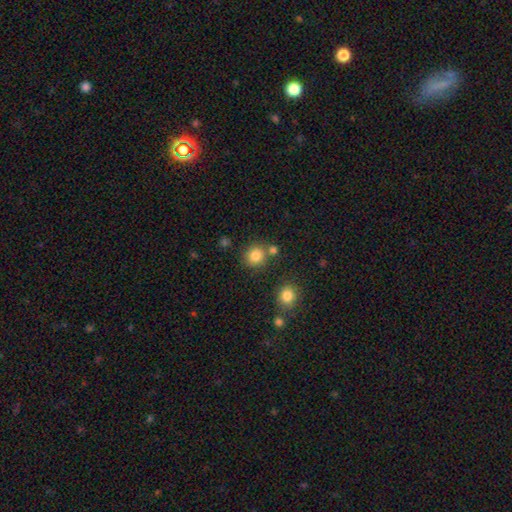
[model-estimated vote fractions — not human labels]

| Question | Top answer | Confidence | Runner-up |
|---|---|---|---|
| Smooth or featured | smooth | 83% | star or artifact (11%) |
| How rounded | round | 86% | in between (13%) |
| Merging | none | 73% | merger (14%) |